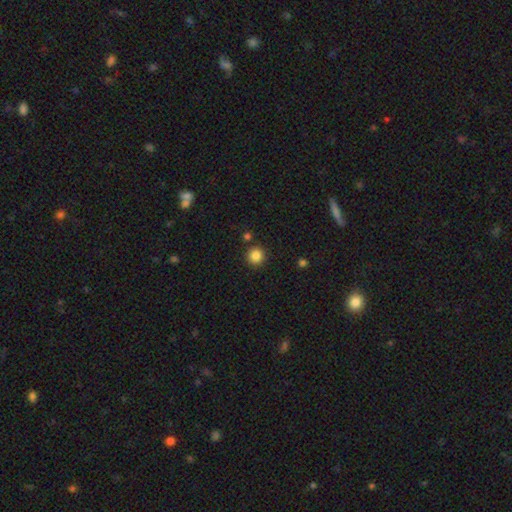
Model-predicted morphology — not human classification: Smooth or featured? Predicted: smooth (p=0.85). How rounded? Predicted: round (p=0.93). Merging? Predicted: none (p=0.88).